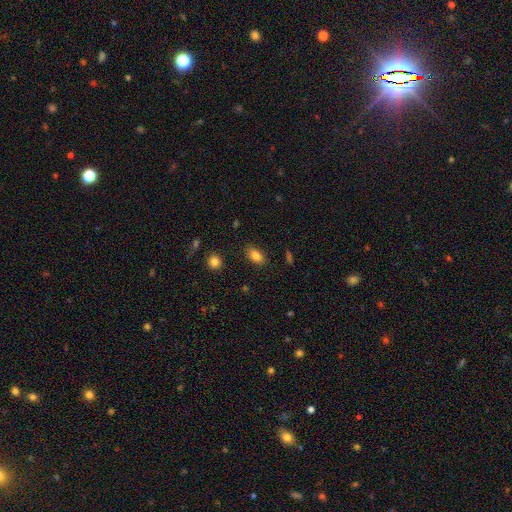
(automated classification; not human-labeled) Smooth or featured: smooth — 84% (star or artifact — 10%)
How rounded: in between — 87% (round — 9%)
Merging: none — 84% (minor disturbance — 11%)